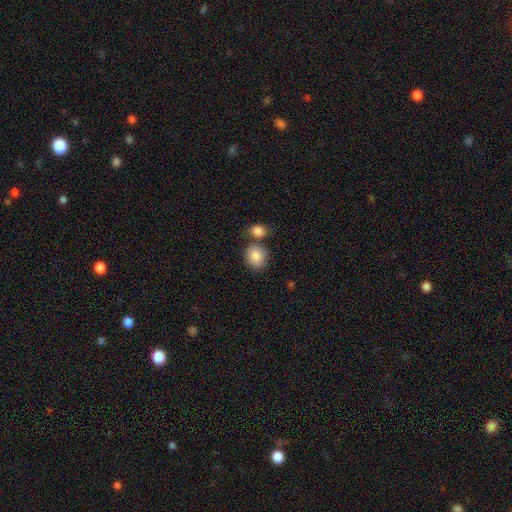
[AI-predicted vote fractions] A smooth galaxy with no disk features (86%) that is round (68%).

Vote fractions:
- Smooth or featured? smooth: 86% / star or artifact: 8% / featured or disk: 6%
- How rounded? round: 68% / in between: 31% / cigar-shaped: 1%
- Merging? none: 56% / merger: 29% / minor disturbance: 11% / major disturbance: 4%